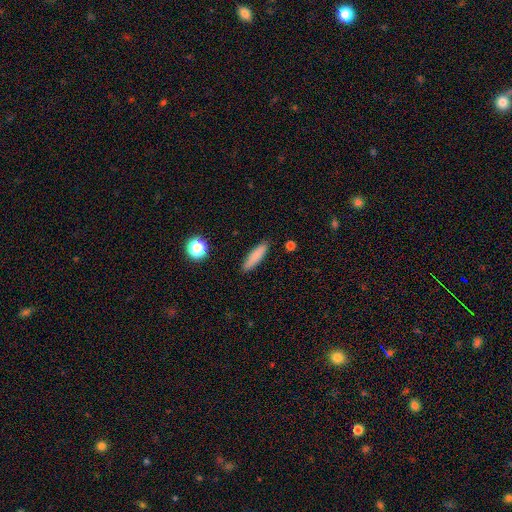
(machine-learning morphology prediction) This appears to be a smooth galaxy with no disk features (82%) that is cigar-shaped (72%). Merging: none (88%).